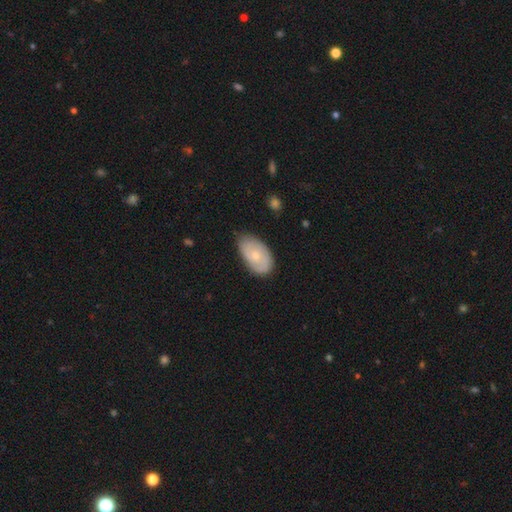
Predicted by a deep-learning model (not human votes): Smooth or featured: smooth — 53% (featured or disk — 41%)
How rounded: in between — 92% (round — 7%)
Merging: none — 67% (minor disturbance — 27%)